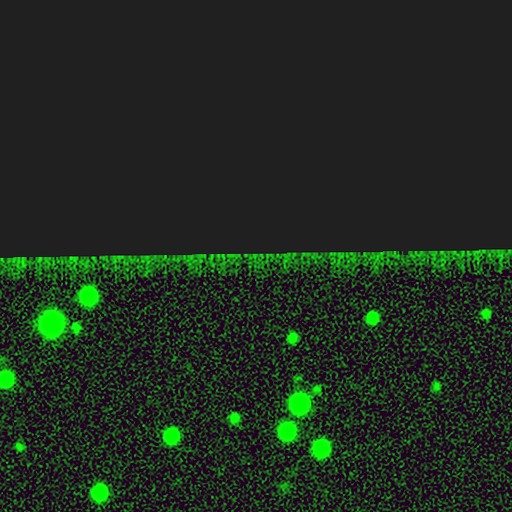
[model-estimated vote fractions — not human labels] Morphology: type=star or artifact (86%).